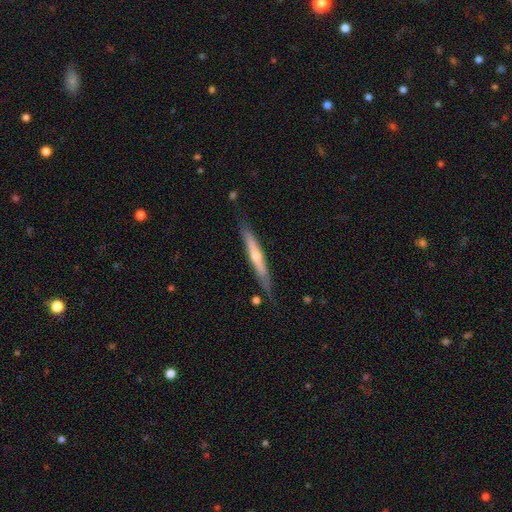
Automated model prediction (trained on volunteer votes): Smooth or featured? Predicted: featured or disk (p=0.61). Edge-on disk? Predicted: yes (p=0.92). Edge-on bulge? Predicted: rounded (p=0.72). Merging? Predicted: none (p=0.78).